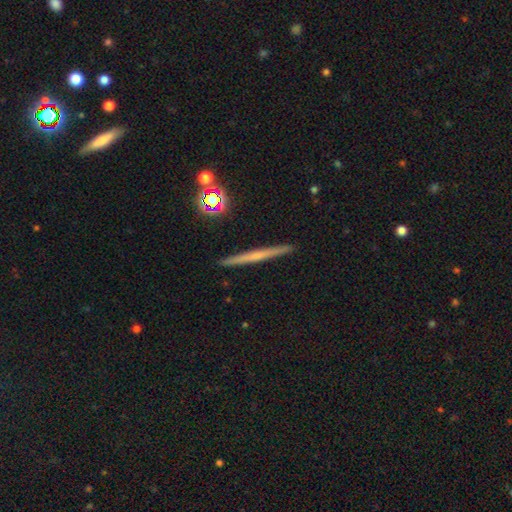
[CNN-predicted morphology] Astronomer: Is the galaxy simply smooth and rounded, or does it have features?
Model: featured or disk — 53% (runner-up: smooth, 37%).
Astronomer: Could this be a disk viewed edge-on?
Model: yes — 97%.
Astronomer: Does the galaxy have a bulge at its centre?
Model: none — 74%.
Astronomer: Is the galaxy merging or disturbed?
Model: none — 92%.